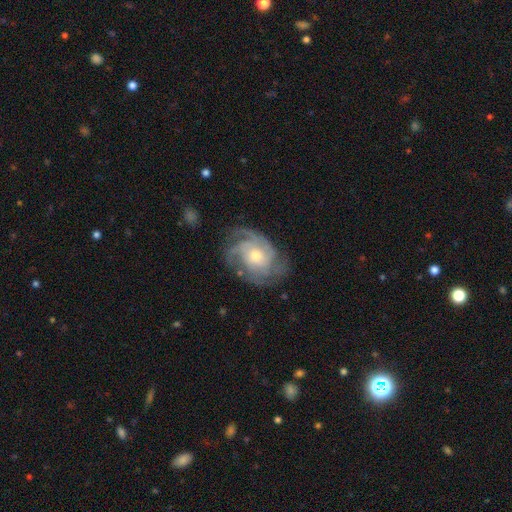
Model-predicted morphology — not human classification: smooth-or-featured: featured or disk: 89% | smooth: 6% | star or artifact: 5%
  disk-edge-on: no: 98% | yes: 2%
    bar: no: 74% | weak: 22% | strong: 4%
    has-spiral-arms: yes: 98% | no: 2%
      spiral-winding: tight: 57% | medium: 36% | loose: 7%
      spiral-arm-count: 3: 36% | 4: 25% | can't tell: 16% | 2: 10% | more than 4: 7% | 1: 6%
    bulge-size: moderate: 57% | small: 37% | large: 4% | none: 1% | dominant: 1%
  merging: none: 74% | minor disturbance: 17% | major disturbance: 7% | merger: 1%